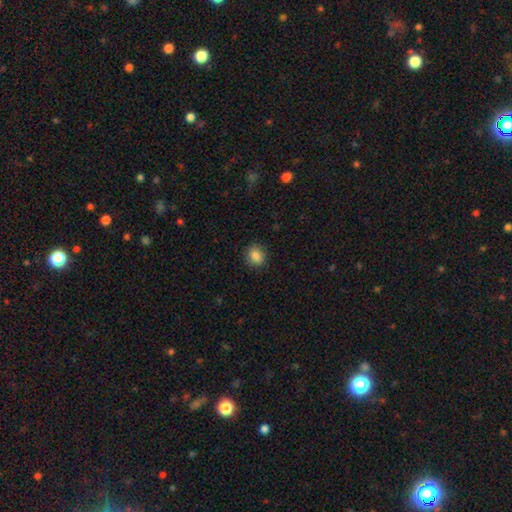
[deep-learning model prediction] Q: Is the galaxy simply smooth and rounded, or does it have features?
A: smooth — 86%.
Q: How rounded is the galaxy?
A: round — 70%.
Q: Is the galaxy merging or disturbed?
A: none — 88%.